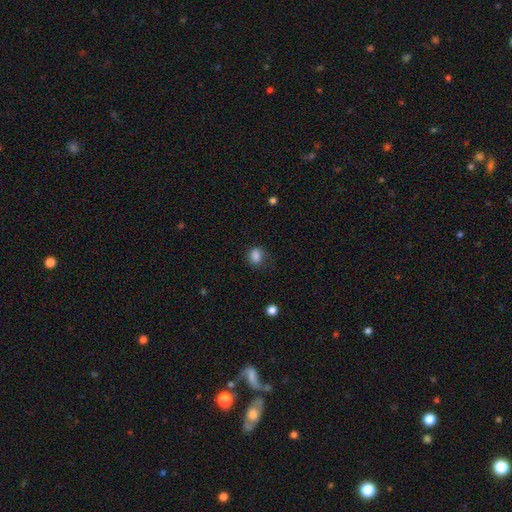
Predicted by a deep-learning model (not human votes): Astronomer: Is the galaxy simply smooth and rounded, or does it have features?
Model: smooth — 85%.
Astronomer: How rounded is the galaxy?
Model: round — 52% (runner-up: in between, 47%).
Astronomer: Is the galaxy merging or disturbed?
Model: none — 71%.